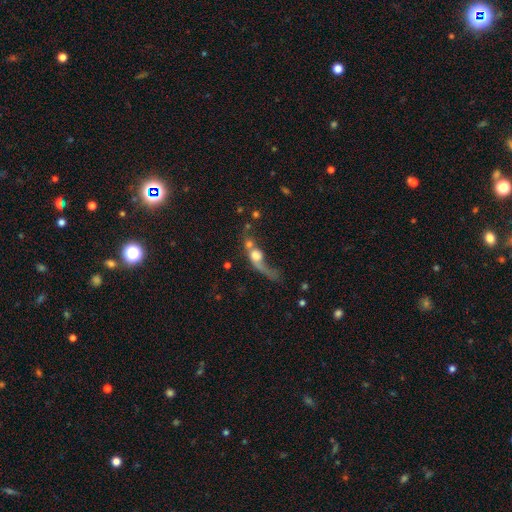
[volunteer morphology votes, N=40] Smooth or featured: smooth — 57% (featured or disk — 32%)
How rounded: in between — 48% (round — 30%)
Merging: major disturbance — 47% (merger — 39%)